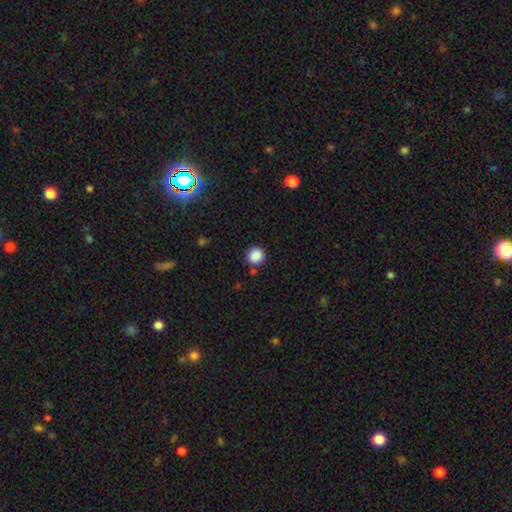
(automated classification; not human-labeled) Q: Smooth or featured?
A: smooth (87%); runner-up: star or artifact (10%)
Q: How rounded?
A: round (87%); runner-up: in between (12%)
Q: Merging?
A: none (82%); runner-up: minor disturbance (11%)